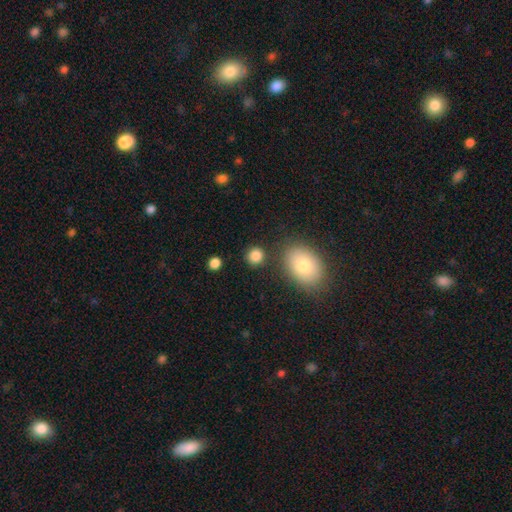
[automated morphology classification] The model was most divided on "how rounded": round: 85%, in between: 14%, cigar-shaped: 1%. More confident: smooth or featured — smooth (85%); merging — none (83%).